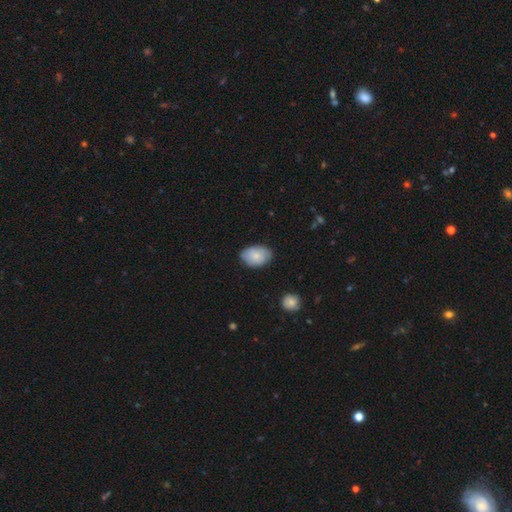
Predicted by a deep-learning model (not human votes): The model was most divided on "merging": none: 80%, minor disturbance: 16%, major disturbance: 3%, merger: 1%. More confident: how rounded — in between (87%); smooth or featured — smooth (83%).